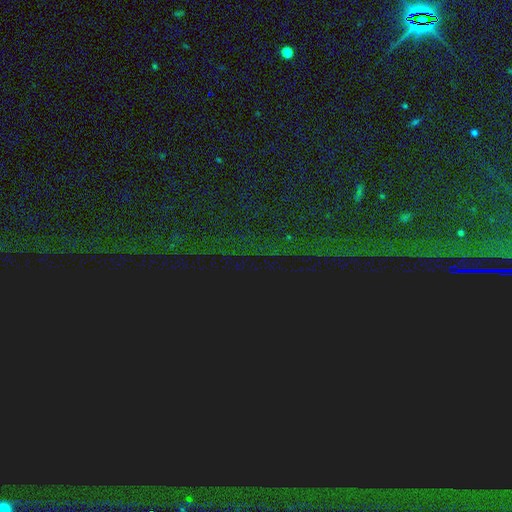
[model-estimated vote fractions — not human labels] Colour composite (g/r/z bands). It shows a star or artifact, not a galaxy (87%).